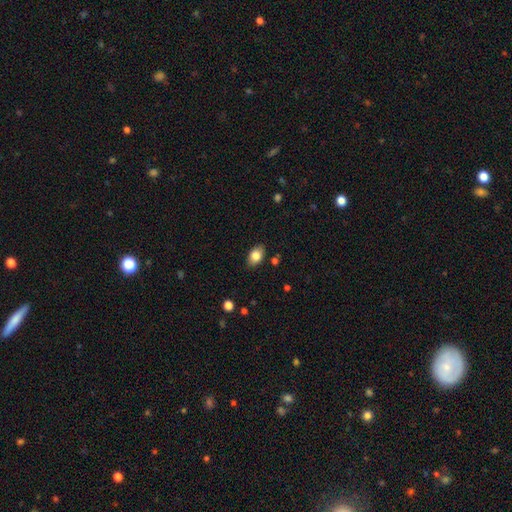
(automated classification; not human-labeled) Smooth or featured?
  - smooth: 82% *
  - featured or disk: 10%
  - star or artifact: 8%
How rounded?
  - in between: 85% *
  - round: 13%
  - cigar-shaped: 1%
Merging?
  - none: 85% *
  - minor disturbance: 11%
  - major disturbance: 2%
  - merger: 1%